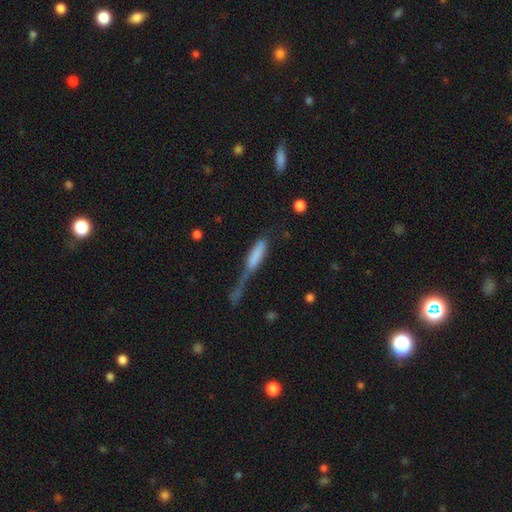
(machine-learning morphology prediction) A smooth galaxy with no disk features (66%) that is cigar-shaped (71%).

Vote fractions:
- Smooth or featured? smooth: 66% / featured or disk: 26% / star or artifact: 8%
- How rounded? cigar-shaped: 71% / in between: 26% / round: 3%
- Merging? major disturbance: 43% / merger: 23% / minor disturbance: 18% / none: 16%